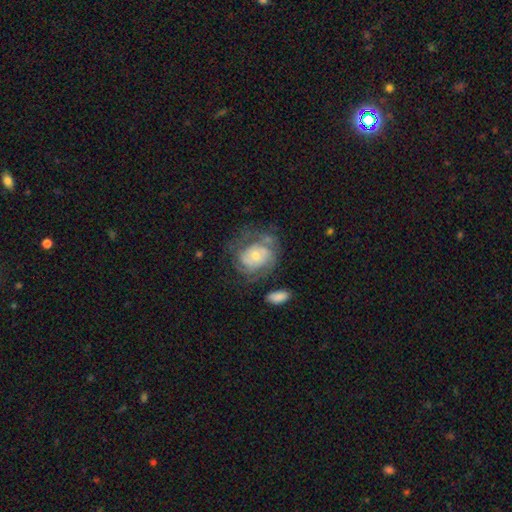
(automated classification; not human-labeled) This is likely a featured or disk galaxy (65%). It is clearly not viewed edge-on (97%). Bar: likely no (79%). Spiral arm pattern: likely yes (74%). Central bulge: possibly small (49%). Merging: possibly none (48%).